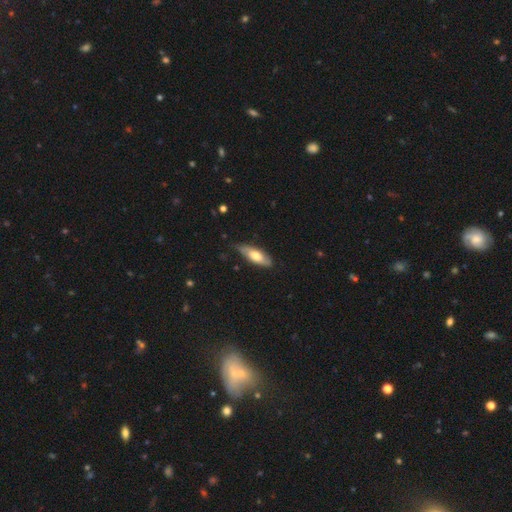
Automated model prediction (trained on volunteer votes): Q: Smooth or featured?
A: smooth (62%); runner-up: featured or disk (33%)
Q: How rounded?
A: in between (66%); runner-up: cigar-shaped (32%)
Q: Merging?
A: none (68%); runner-up: minor disturbance (26%)